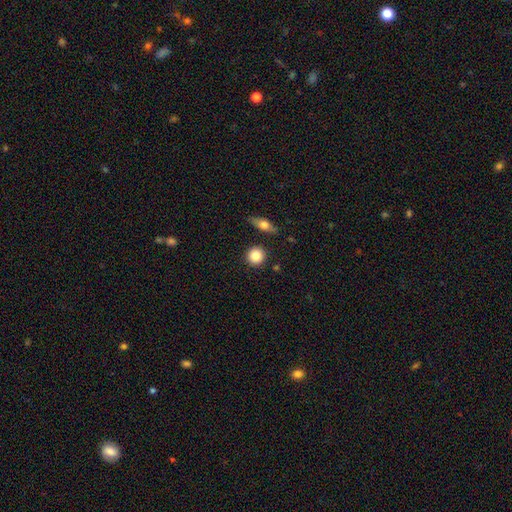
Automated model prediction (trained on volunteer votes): Q: Smooth or featured?
A: smooth (84%); runner-up: star or artifact (8%)
Q: How rounded?
A: round (91%); runner-up: in between (8%)
Q: Merging?
A: none (86%); runner-up: minor disturbance (7%)